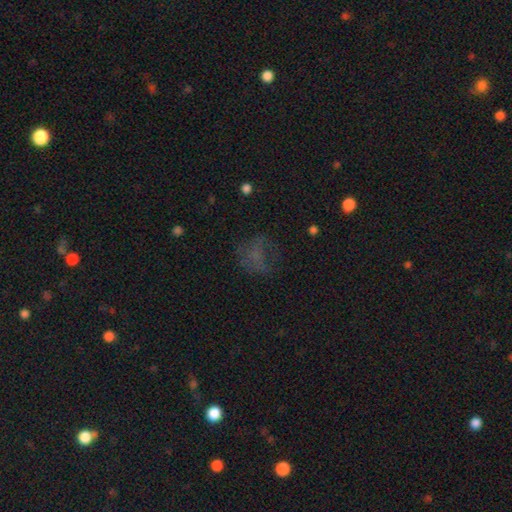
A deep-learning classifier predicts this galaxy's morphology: This appears to be a smooth galaxy with no disk features (48%). Merging: none (49%).